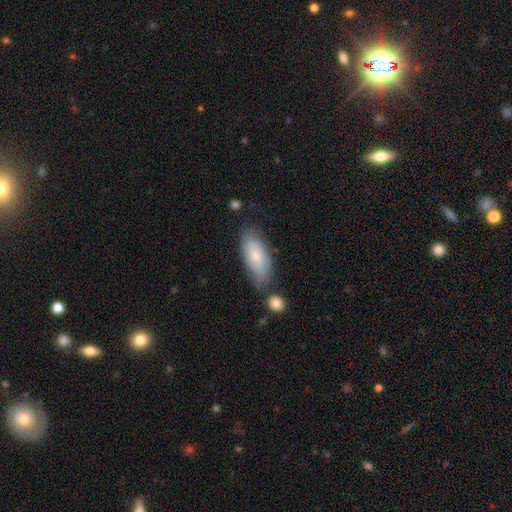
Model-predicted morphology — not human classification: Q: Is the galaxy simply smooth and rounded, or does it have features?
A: smooth — 62%.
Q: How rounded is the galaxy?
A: in between — 80%.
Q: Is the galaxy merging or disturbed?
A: none — 65%.